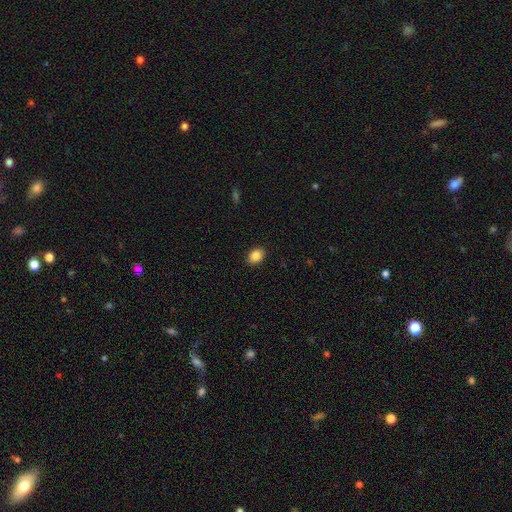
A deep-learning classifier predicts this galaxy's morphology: Smooth or featured? smooth (86%)
How rounded? in between (73%)
Merging? none (90%)